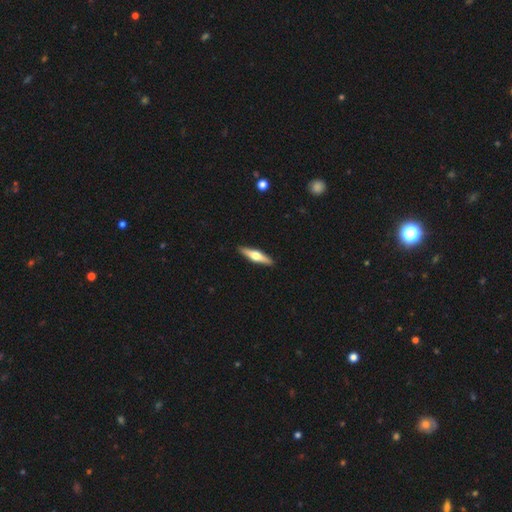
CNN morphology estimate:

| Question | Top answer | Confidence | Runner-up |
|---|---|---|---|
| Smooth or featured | featured or disk | 59% | smooth (36%) |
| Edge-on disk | yes | 96% | no (4%) |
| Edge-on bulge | rounded | 94% | boxy (4%) |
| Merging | none | 91% | minor disturbance (6%) |